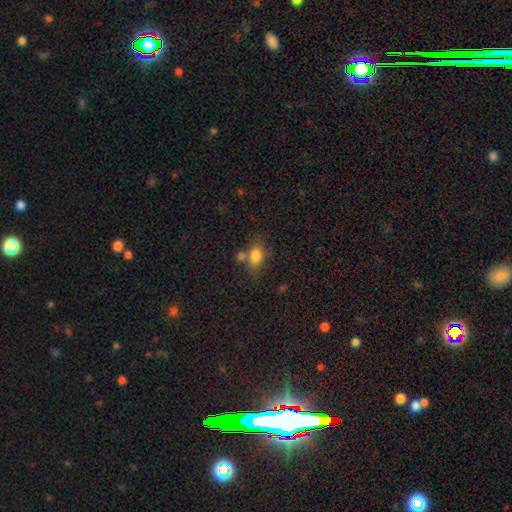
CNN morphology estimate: smooth 80%, star or artifact 10%, featured or disk 9%. Down the decision tree: how rounded — in between (77%); merging — none (53%).